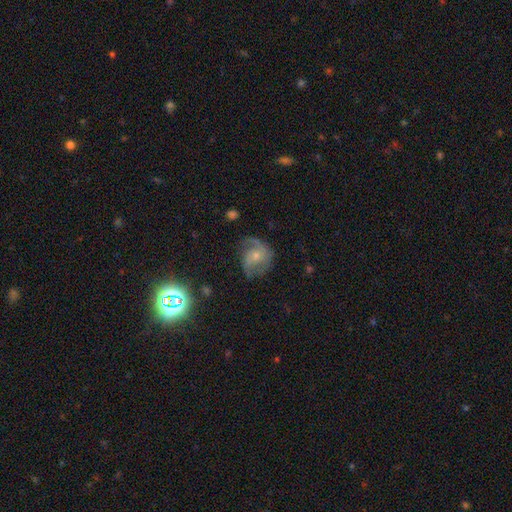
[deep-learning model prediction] Q: Smooth or featured?
A: featured or disk (72%); runner-up: smooth (20%)
Q: Edge-on disk?
A: no (98%); runner-up: yes (2%)
Q: Bar?
A: no (70%); runner-up: weak (26%)
Q: Spiral arms?
A: yes (91%); runner-up: no (9%)
Q: Spiral winding?
A: medium (47%); runner-up: loose (27%)
Q: Spiral arm count?
A: 2 (62%); runner-up: 1 (15%)
Q: Bulge size?
A: small (57%); runner-up: moderate (36%)
Q: Merging?
A: none (57%); runner-up: minor disturbance (23%)